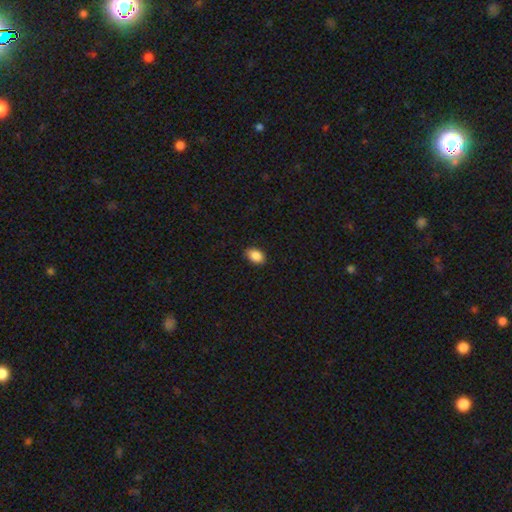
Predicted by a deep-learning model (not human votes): smooth_or_featured: smooth (p=0.88) [alt: star or artifact p=0.08]
how_rounded: in between (p=0.87) [alt: round p=0.12]
merging: none (p=0.86) [alt: minor disturbance p=0.11]